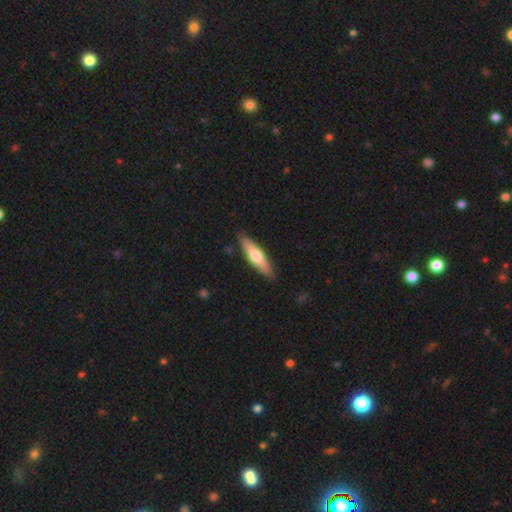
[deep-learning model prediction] smooth-or-featured: smooth: 55% | featured or disk: 40% | star or artifact: 5%
  how-rounded: cigar-shaped: 69% | in between: 29% | round: 2%
  merging: none: 88% | minor disturbance: 9% | major disturbance: 2% | merger: 1%